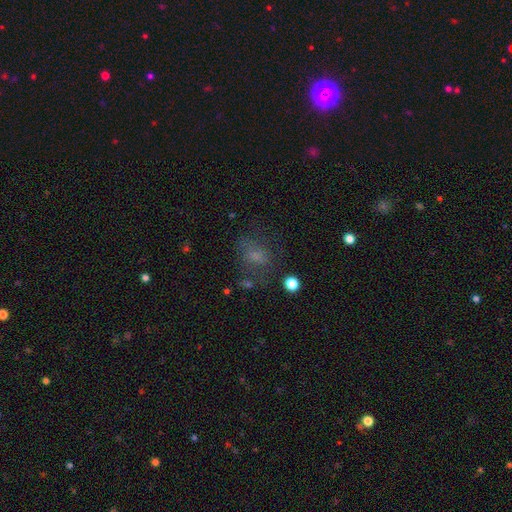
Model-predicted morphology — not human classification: A smooth galaxy with no disk features (52%) that is in between round and cigar-shaped (58%). Merging: none (57%).